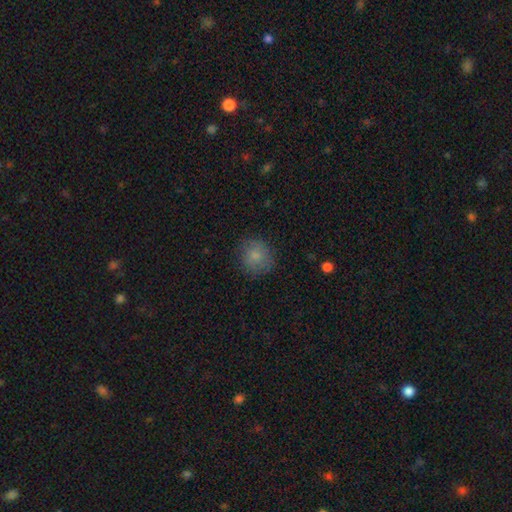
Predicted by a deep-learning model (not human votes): Smooth or featured: smooth — 81% (featured or disk — 10%)
How rounded: round — 87% (in between — 12%)
Merging: none — 79% (minor disturbance — 16%)